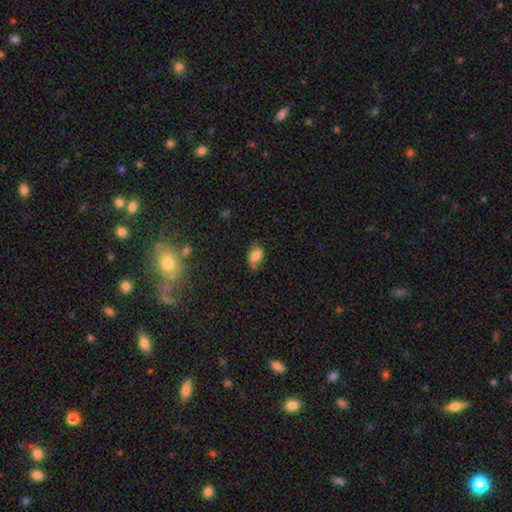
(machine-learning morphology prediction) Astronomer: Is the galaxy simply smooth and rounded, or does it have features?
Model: smooth — 76%.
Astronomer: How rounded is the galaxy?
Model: in between — 76%.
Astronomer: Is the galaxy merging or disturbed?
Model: none — 53% (runner-up: minor disturbance, 28%).